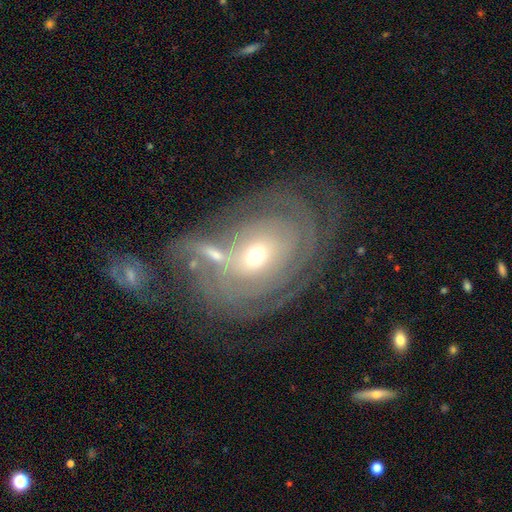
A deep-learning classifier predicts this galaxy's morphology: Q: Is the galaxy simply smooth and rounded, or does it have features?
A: featured or disk — 77%.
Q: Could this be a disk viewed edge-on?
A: no — 95%.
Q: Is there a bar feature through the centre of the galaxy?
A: no — 69%.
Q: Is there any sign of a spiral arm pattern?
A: yes — 82%.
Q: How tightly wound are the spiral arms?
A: tight — 72%.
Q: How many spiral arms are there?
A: can't tell — 43%.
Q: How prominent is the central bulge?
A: moderate — 49%.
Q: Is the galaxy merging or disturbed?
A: none — 49%.